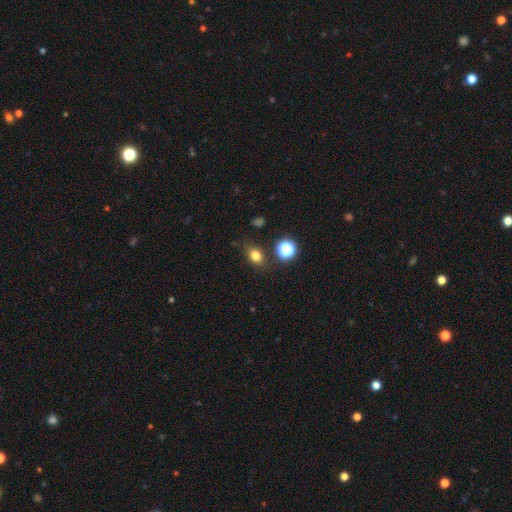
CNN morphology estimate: Q: Smooth or featured?
A: smooth (78%); runner-up: star or artifact (15%)
Q: How rounded?
A: in between (55%); runner-up: round (43%)
Q: Merging?
A: none (78%); runner-up: minor disturbance (14%)